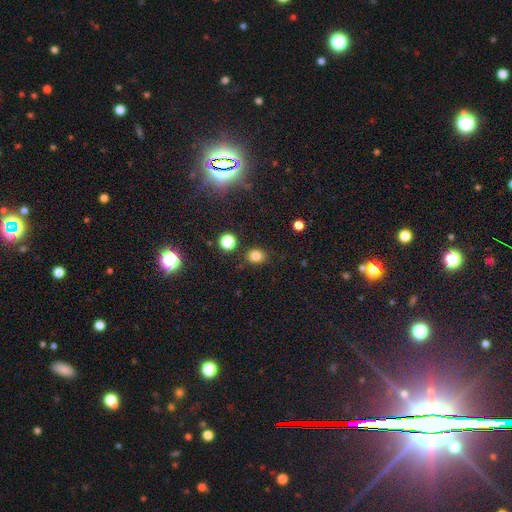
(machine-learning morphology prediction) smooth 81%, star or artifact 14%, featured or disk 5%. Down the decision tree: how rounded — round (53%); merging — none (82%).